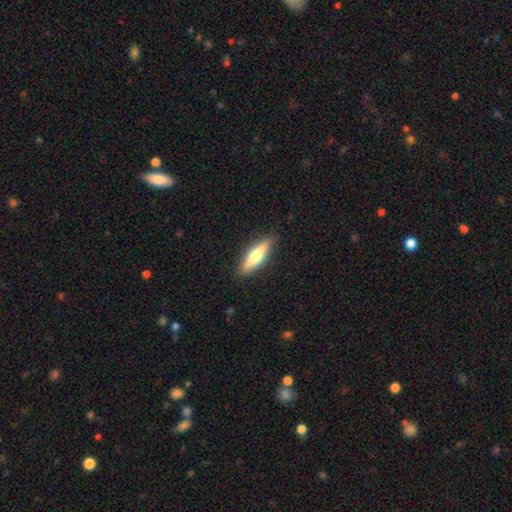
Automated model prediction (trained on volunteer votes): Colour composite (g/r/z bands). It shows a featured or disk galaxy (49%). Merging: none (89%).